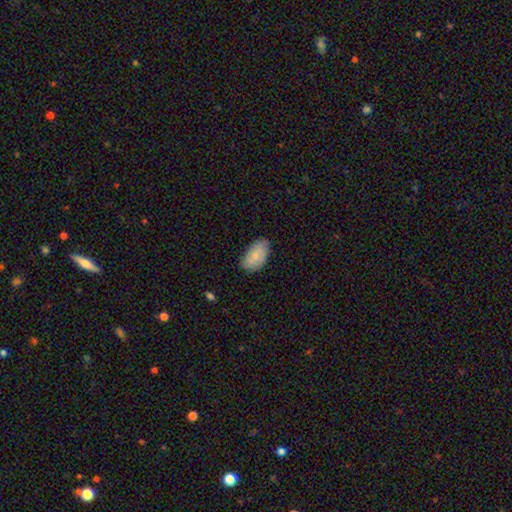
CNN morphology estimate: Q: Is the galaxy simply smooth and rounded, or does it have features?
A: smooth — 79%.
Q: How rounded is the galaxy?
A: in between — 95%.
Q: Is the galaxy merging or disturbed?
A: none — 78%.